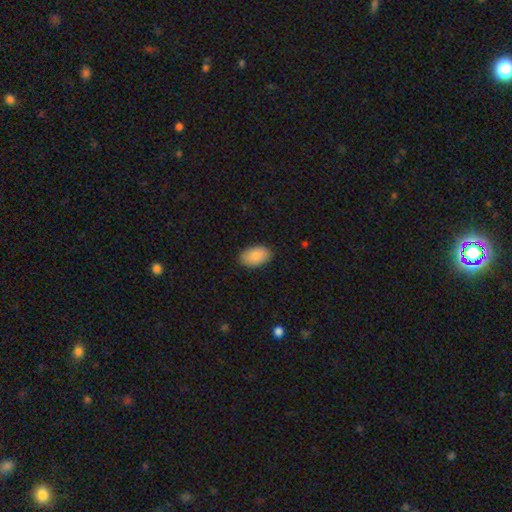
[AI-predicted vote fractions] A smooth galaxy with no disk features (88%) that is in between round and cigar-shaped (93%).

Vote fractions:
- Smooth or featured? smooth: 88% / star or artifact: 6% / featured or disk: 6%
- How rounded? in between: 93% / round: 6% / cigar-shaped: 1%
- Merging? none: 86% / minor disturbance: 10% / major disturbance: 2% / merger: 1%